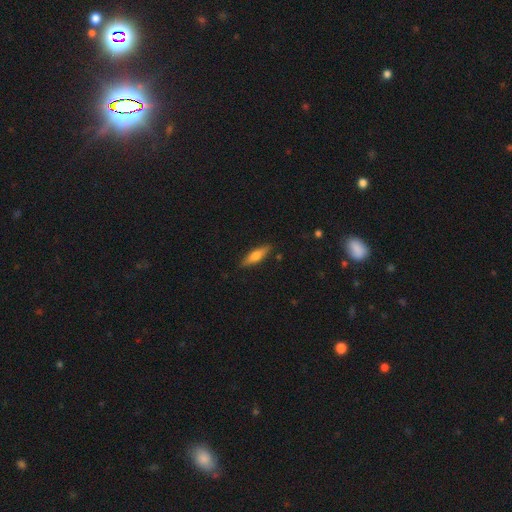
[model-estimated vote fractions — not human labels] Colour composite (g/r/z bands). It shows a smooth galaxy with no disk features (60%) that is cigar-shaped (61%). Merging: none (86%).